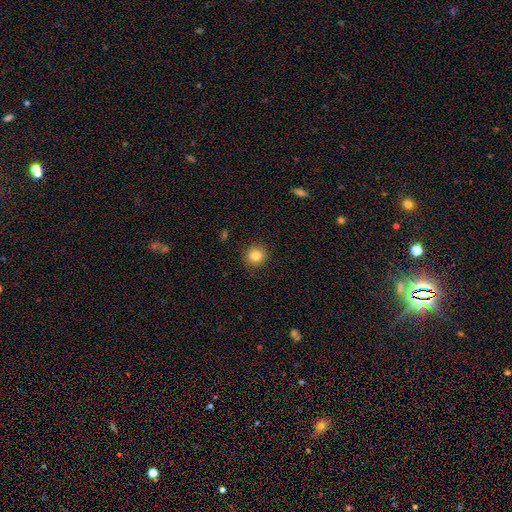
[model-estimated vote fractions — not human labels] Q: Smooth or featured?
A: smooth (83%); runner-up: star or artifact (11%)
Q: How rounded?
A: round (92%); runner-up: in between (7%)
Q: Merging?
A: none (90%); runner-up: minor disturbance (7%)